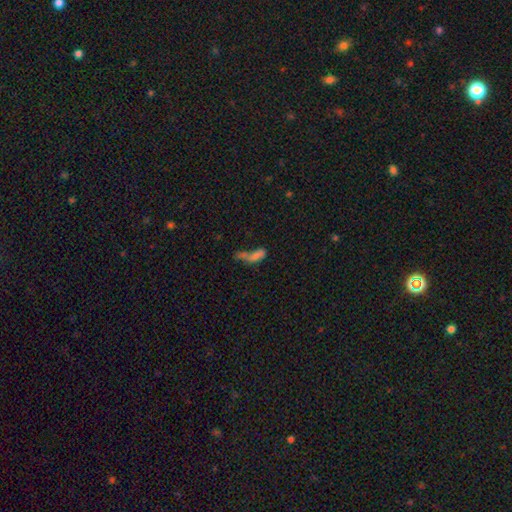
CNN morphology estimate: This appears to be a smooth galaxy with no disk features (54%) that is in between round and cigar-shaped (58%). Merging: merger (36%).